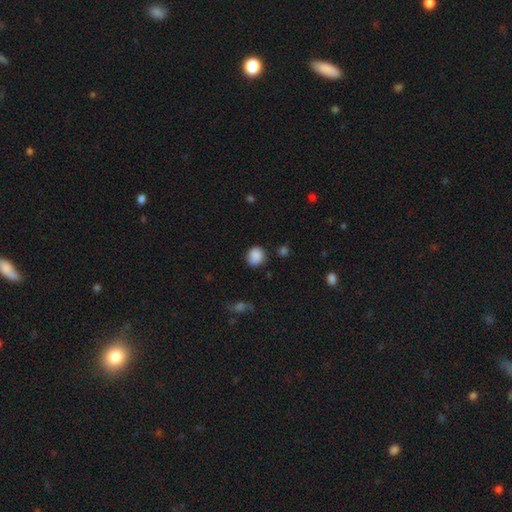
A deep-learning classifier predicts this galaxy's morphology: Smooth or featured? smooth (87%)
How rounded? round (76%)
Merging? none (76%)